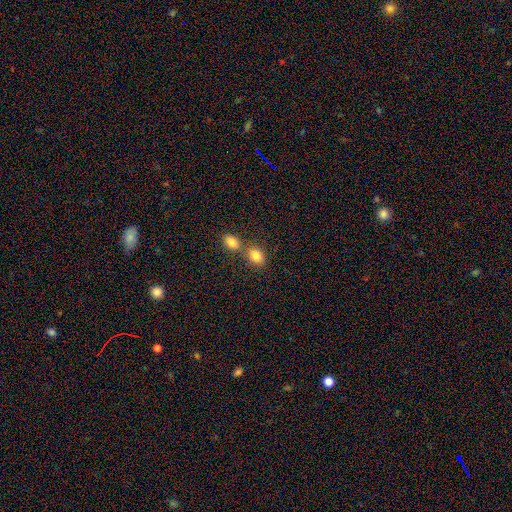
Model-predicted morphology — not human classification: Overall: smooth (84%). How rounded: in between (71%). Merging: none (53%; merger 34%).